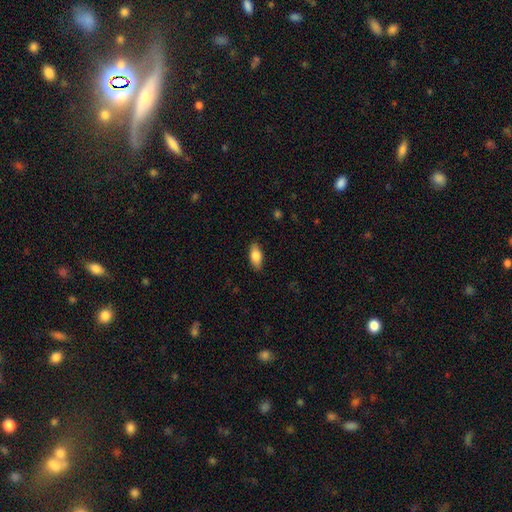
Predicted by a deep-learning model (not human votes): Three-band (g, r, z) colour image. It shows a smooth galaxy with no disk features (81%) that is in between round and cigar-shaped (86%). Merging: none (86%).